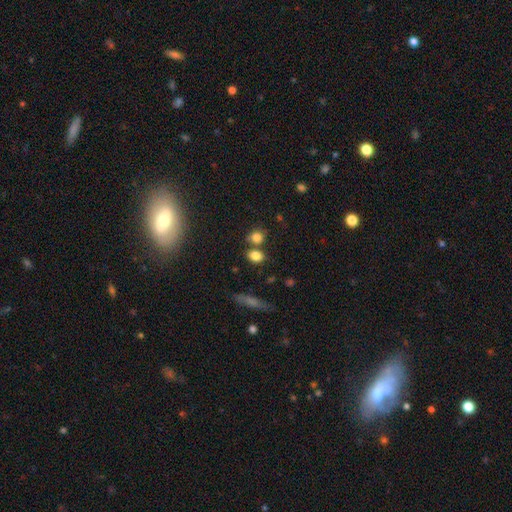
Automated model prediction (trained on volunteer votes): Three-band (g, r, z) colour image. It shows a smooth galaxy with no disk features (81%) that is in between round and cigar-shaped (53%). Merging: none (59%).